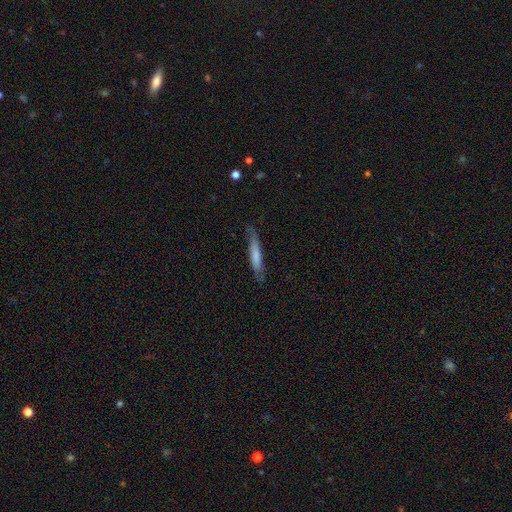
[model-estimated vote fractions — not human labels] smooth-or-featured: smooth: 70% | featured or disk: 25% | star or artifact: 6%
  how-rounded: cigar-shaped: 90% | in between: 9% | round: 1%
  merging: none: 75% | minor disturbance: 19% | major disturbance: 4% | merger: 1%